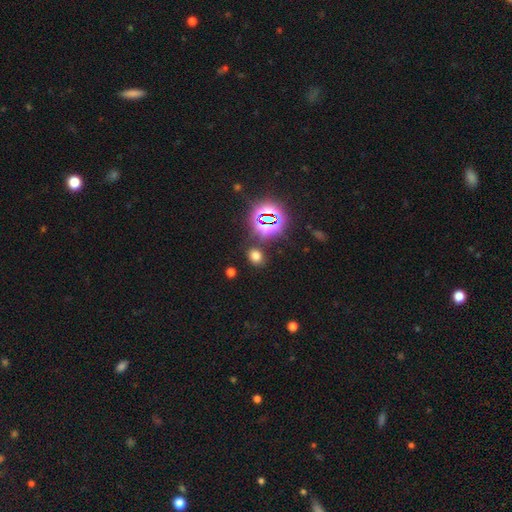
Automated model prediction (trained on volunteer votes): Smooth or featured? Predicted: smooth (p=0.63). How rounded? Predicted: in between (p=0.54). Merging? Predicted: none (p=0.83).